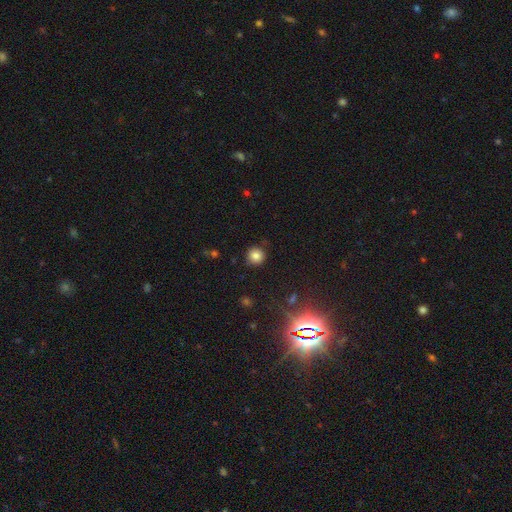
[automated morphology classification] Smooth or featured: smooth — 80% (star or artifact — 14%)
How rounded: round — 93% (in between — 6%)
Merging: none — 89% (minor disturbance — 8%)